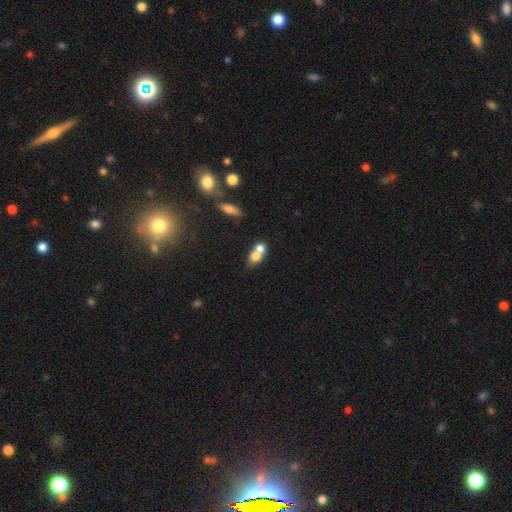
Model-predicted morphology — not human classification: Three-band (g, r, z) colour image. It shows a smooth galaxy with no disk features (72%) that is in between round and cigar-shaped (51%). Merging: merger (63%).